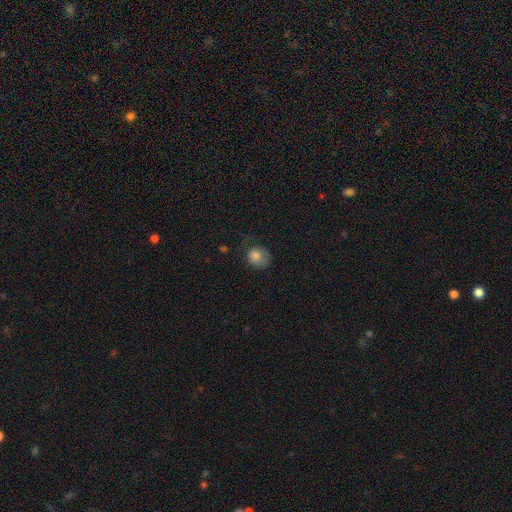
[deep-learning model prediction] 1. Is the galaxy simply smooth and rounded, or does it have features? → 80% smooth, 10% star or artifact, 10% featured or disk.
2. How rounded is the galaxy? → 71% round, 28% in between, 1% cigar-shaped.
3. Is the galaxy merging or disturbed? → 47% none, 30% minor disturbance, 22% major disturbance, 2% merger.